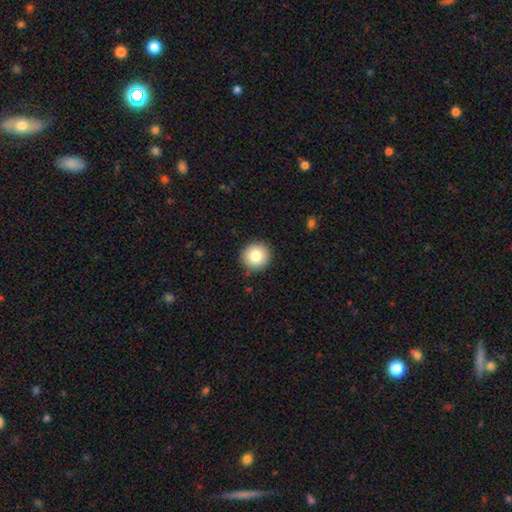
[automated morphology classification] Smooth or featured: smooth — 81% (featured or disk — 9%)
How rounded: round — 92% (in between — 7%)
Merging: none — 90% (minor disturbance — 7%)